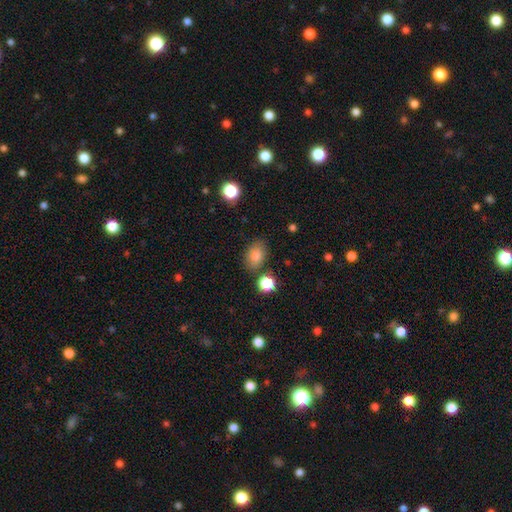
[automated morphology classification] Smooth or featured: smooth — 83% (star or artifact — 10%)
How rounded: in between — 80% (round — 19%)
Merging: none — 77% (minor disturbance — 14%)